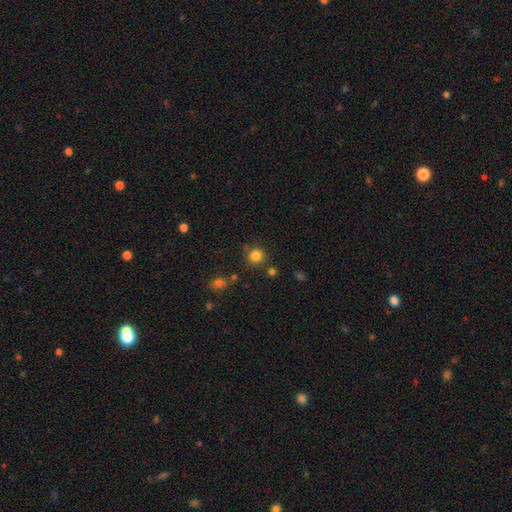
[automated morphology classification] This appears to be a smooth galaxy with no disk features (83%) that is round (91%). Merging: none (79%).